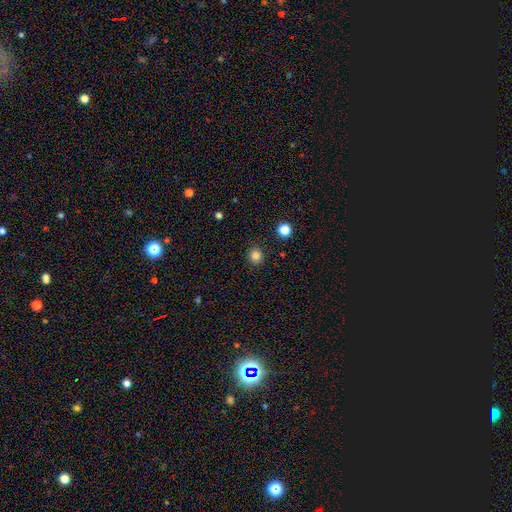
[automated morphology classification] Smooth or featured? smooth (83%)
How rounded? round (89%)
Merging? none (90%)